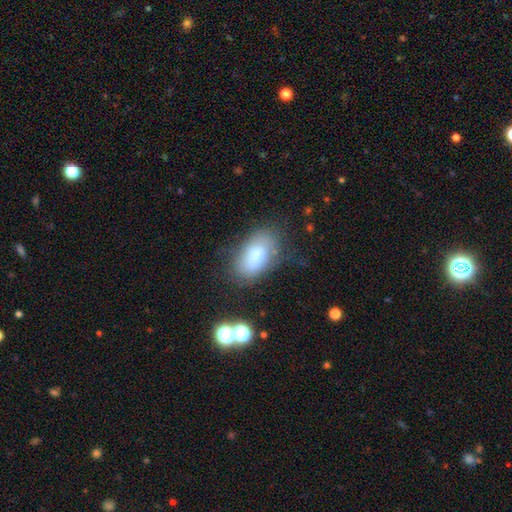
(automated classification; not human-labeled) Smooth or featured: smooth — 75% (featured or disk — 16%)
How rounded: in between — 92% (round — 6%)
Merging: none — 61% (minor disturbance — 23%)